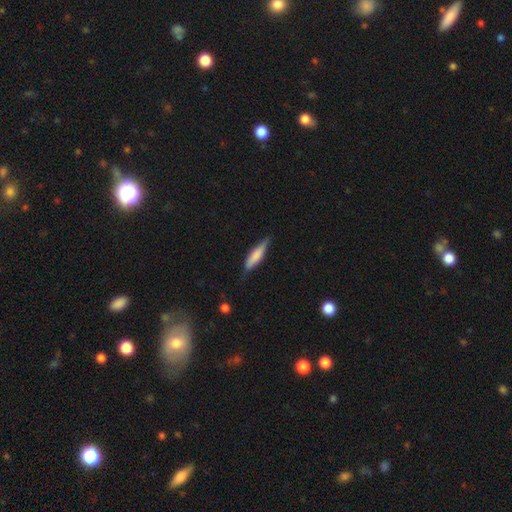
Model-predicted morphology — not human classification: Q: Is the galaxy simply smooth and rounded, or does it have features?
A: smooth — 73%.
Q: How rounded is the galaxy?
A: cigar-shaped — 73%.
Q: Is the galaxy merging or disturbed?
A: none — 70%.